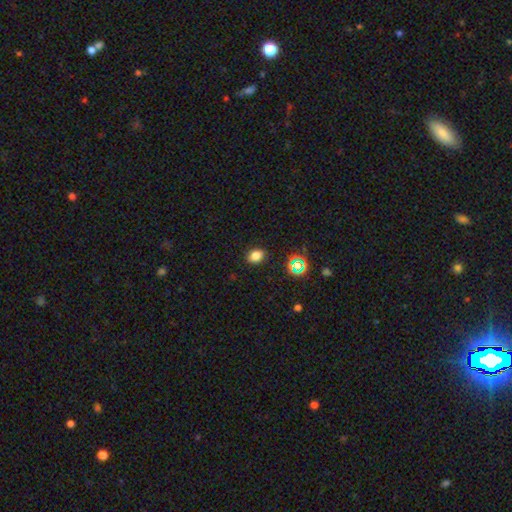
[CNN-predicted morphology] This is likely a smooth galaxy (78%). How rounded: likely in between (61%). Merging: clearly none (87%).